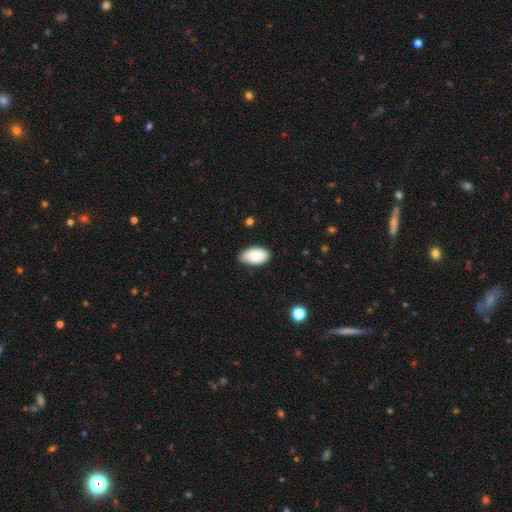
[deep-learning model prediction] smooth_or_featured: smooth (p=0.85) [alt: featured or disk p=0.09]
how_rounded: in between (p=0.95) [alt: round p=0.04]
merging: none (p=0.76) [alt: minor disturbance p=0.21]